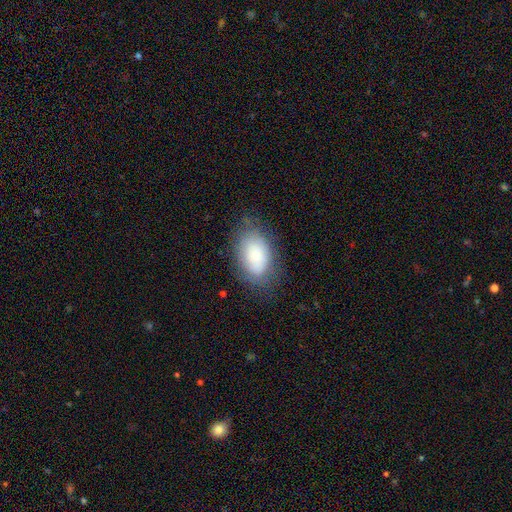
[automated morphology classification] Overall: smooth (76%). How rounded: in between (89%). Merging: none (73%).